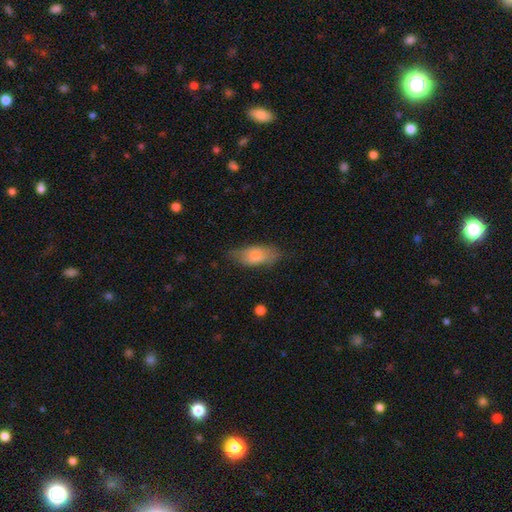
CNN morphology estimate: Smooth or featured: smooth — 76% (featured or disk — 18%)
How rounded: in between — 84% (cigar-shaped — 13%)
Merging: none — 64% (minor disturbance — 26%)